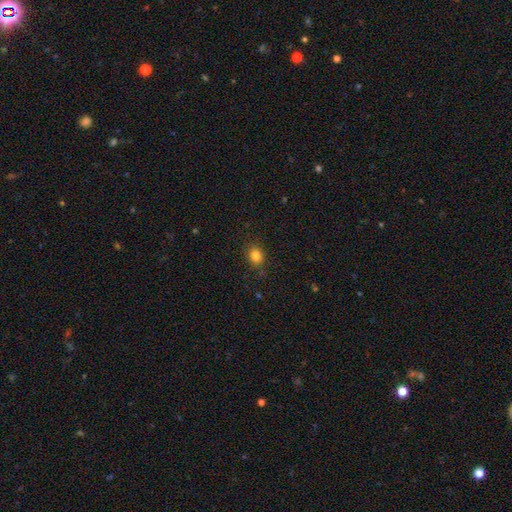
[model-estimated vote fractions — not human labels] Morphology: type=smooth (82%); roundness=round (58%); merging=none (86%).